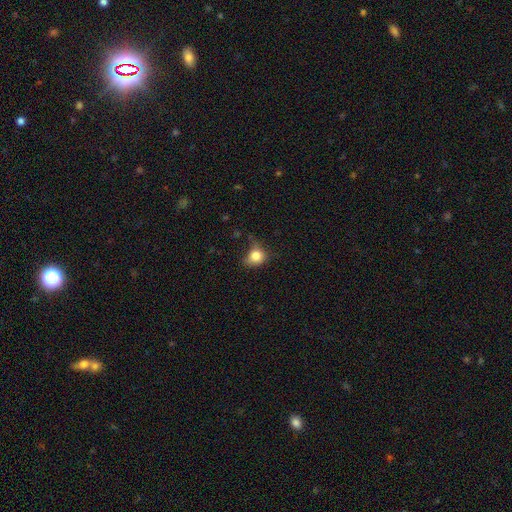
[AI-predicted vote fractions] This appears to be a smooth galaxy with no disk features (80%) that is round (64%). Merging: none (47%).